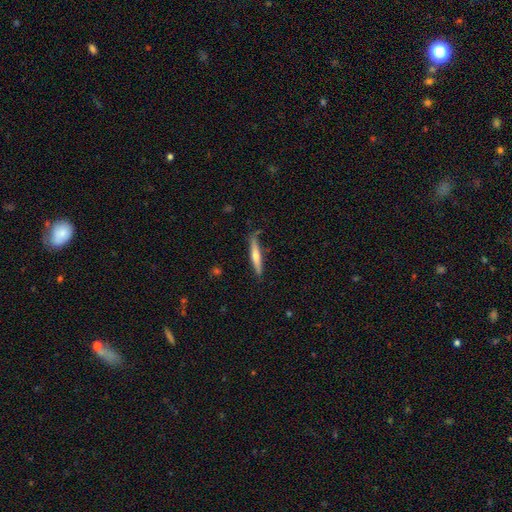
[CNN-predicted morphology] A featured or disk galaxy (49%). Merging: none (82%).